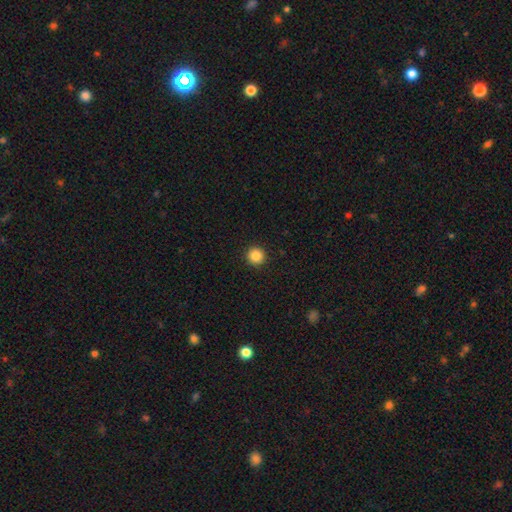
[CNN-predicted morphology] Smooth or featured: smooth — 87% (star or artifact — 10%)
How rounded: round — 96% (in between — 3%)
Merging: none — 93% (minor disturbance — 4%)